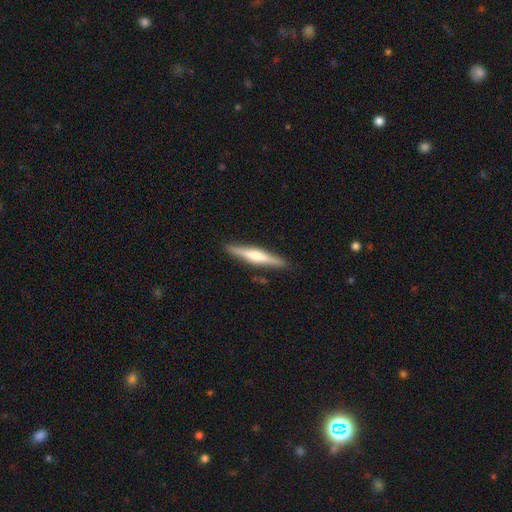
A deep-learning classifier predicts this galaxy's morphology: This appears to be a featured or disk galaxy (59%) viewed edge-on (97%) with a rounded central bulge (75%). Merging: none (91%).